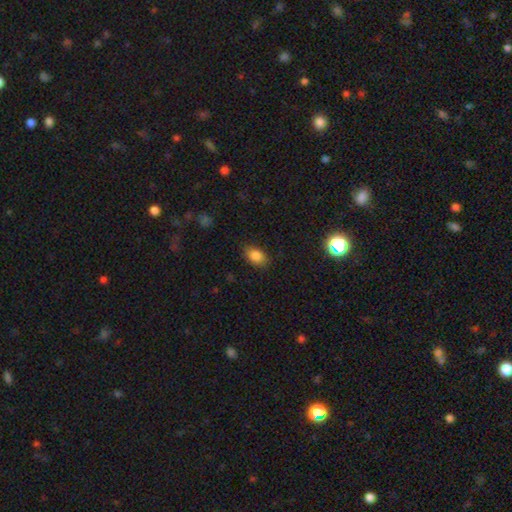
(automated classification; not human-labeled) smooth-or-featured: smooth: 84% | star or artifact: 10% | featured or disk: 6%
  how-rounded: in between: 83% | round: 16% | cigar-shaped: 2%
  merging: none: 83% | minor disturbance: 13% | major disturbance: 3% | merger: 1%